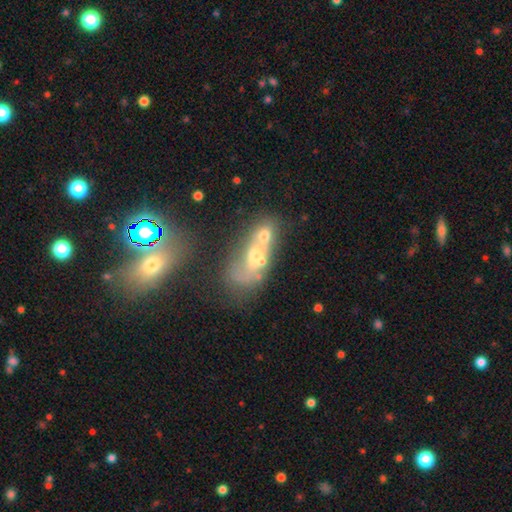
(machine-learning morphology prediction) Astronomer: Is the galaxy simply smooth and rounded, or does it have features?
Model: featured or disk — 42%, tied with smooth at 42%.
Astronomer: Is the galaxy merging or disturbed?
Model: merger — 67%.